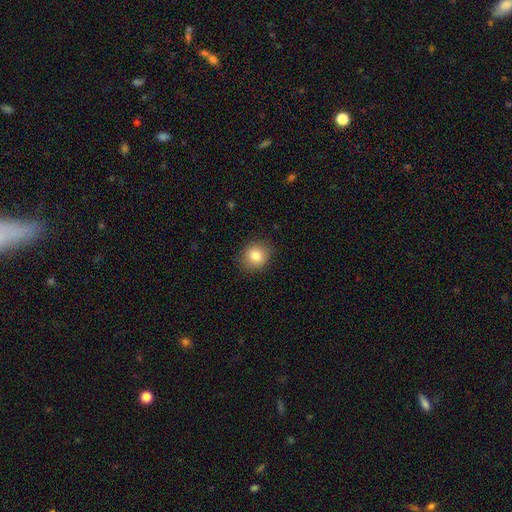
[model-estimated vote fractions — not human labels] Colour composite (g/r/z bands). It shows a smooth galaxy with no disk features (83%) that is round (78%). Merging: none (86%).